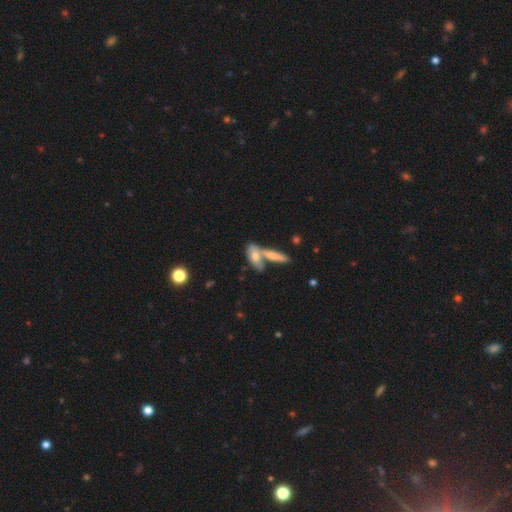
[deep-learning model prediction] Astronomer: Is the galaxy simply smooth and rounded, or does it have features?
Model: smooth — 62%.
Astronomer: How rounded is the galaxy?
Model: in between — 63%.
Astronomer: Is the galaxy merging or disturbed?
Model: merger — 48% (runner-up: none, 39%).